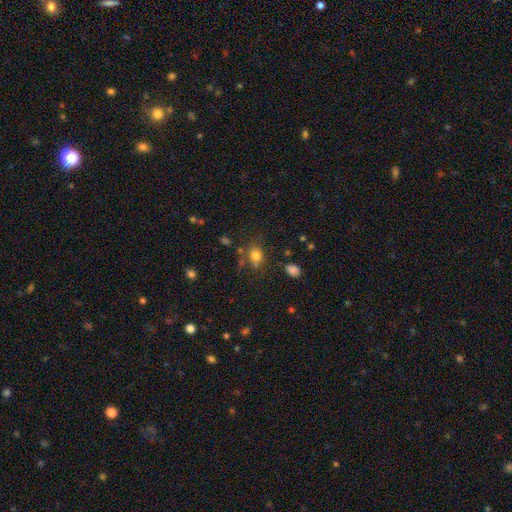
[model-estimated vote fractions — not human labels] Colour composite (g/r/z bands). It shows a smooth galaxy with no disk features (75%) that is in between round and cigar-shaped (51%). Merging: none (64%).